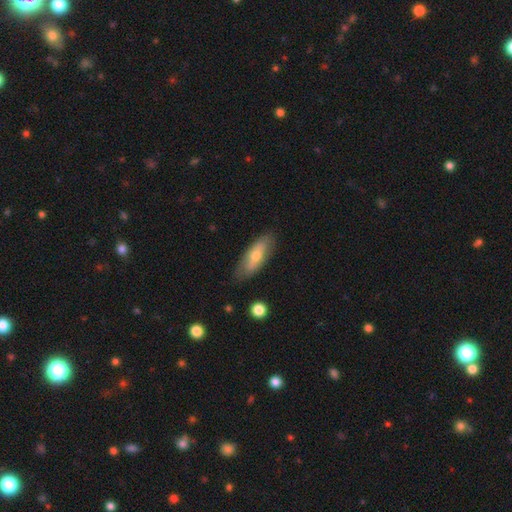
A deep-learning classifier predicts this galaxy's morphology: Smooth or featured: smooth — 51% (featured or disk — 42%)
How rounded: in between — 62% (cigar-shaped — 35%)
Merging: none — 81% (minor disturbance — 14%)